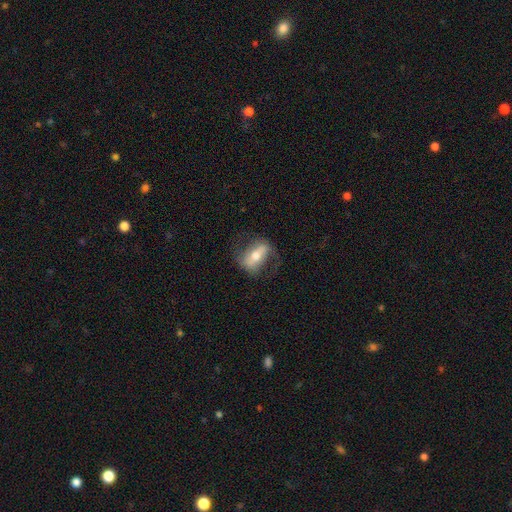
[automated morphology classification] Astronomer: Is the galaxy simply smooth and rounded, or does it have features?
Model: featured or disk — 58% (runner-up: smooth, 34%).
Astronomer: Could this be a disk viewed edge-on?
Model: no — 83%.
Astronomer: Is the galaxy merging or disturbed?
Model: none — 64%.